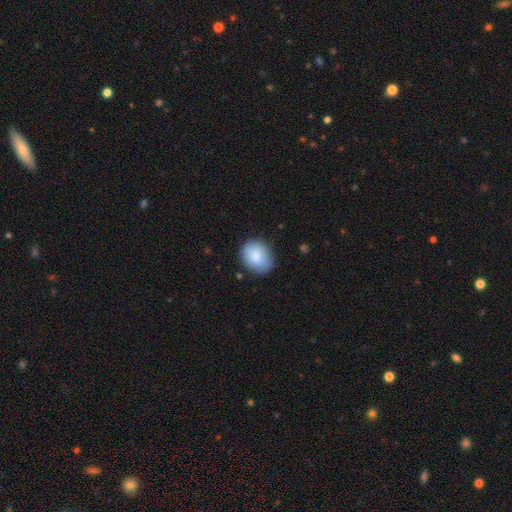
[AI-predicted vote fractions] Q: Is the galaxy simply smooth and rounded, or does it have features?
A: smooth — 84%.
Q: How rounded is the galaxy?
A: round — 53%.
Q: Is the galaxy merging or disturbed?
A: none — 79%.